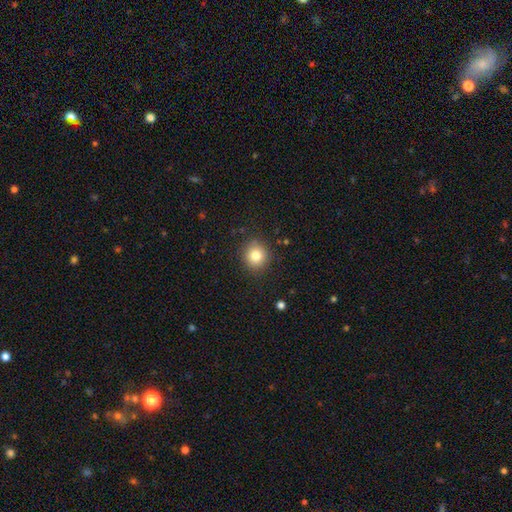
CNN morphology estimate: Smooth or featured: smooth — 81% (star or artifact — 11%)
How rounded: round — 90% (in between — 9%)
Merging: none — 88% (minor disturbance — 8%)